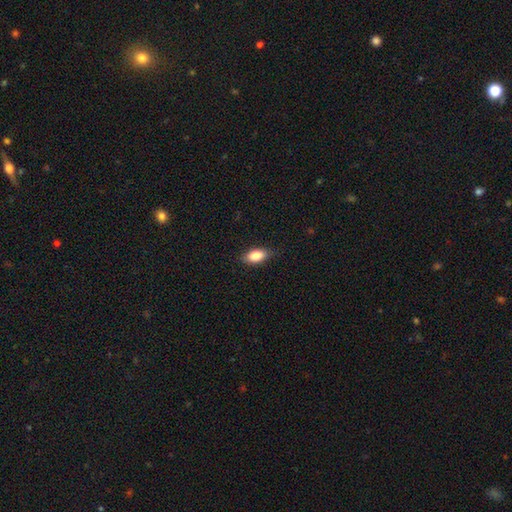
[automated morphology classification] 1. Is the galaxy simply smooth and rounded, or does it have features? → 85% smooth, 8% featured or disk, 7% star or artifact.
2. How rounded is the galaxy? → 87% in between, 8% cigar-shaped, 5% round.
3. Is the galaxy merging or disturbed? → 82% none, 15% minor disturbance, 3% major disturbance, 1% merger.